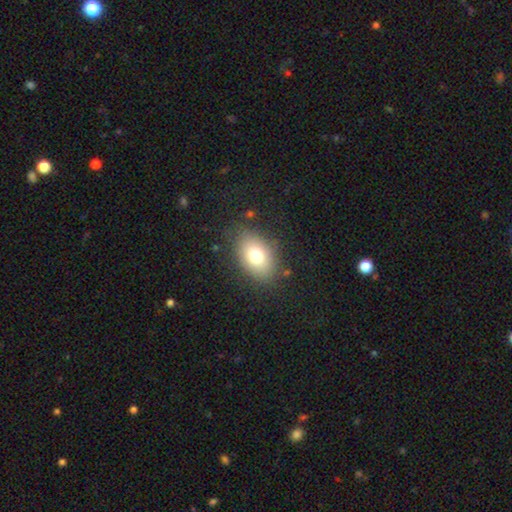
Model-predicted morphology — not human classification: smooth 75%, featured or disk 14%, star or artifact 11%. Down the decision tree: how rounded — in between (80%); merging — none (82%).